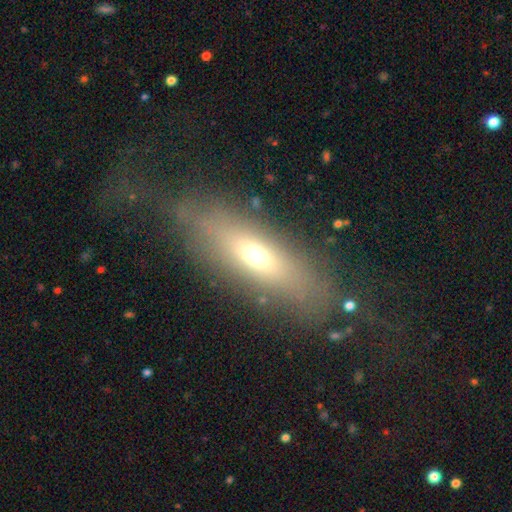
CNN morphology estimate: Smooth or featured: smooth — 55% (featured or disk — 33%)
How rounded: in between — 52% (cigar-shaped — 44%)
Merging: none — 64% (minor disturbance — 18%)